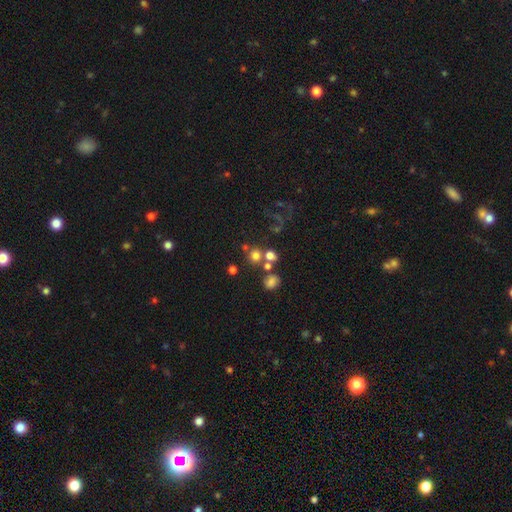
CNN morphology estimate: The model was most divided on "merging": none: 60%, merger: 26%, minor disturbance: 9%, major disturbance: 6%. More confident: how rounded — round (87%); smooth or featured — smooth (70%).